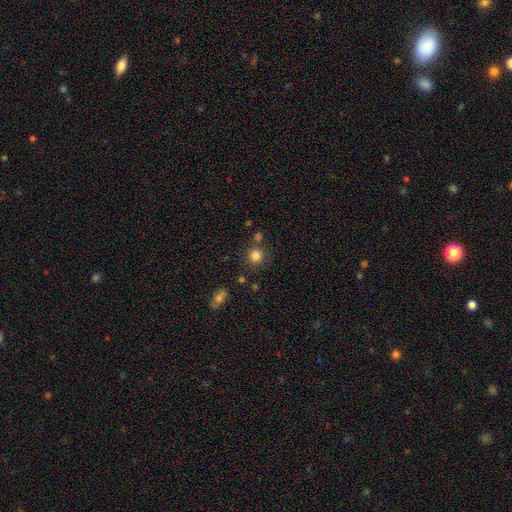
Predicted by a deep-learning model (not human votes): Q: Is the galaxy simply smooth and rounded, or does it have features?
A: smooth — 81%.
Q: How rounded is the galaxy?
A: round — 91%.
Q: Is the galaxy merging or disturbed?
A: none — 79%.